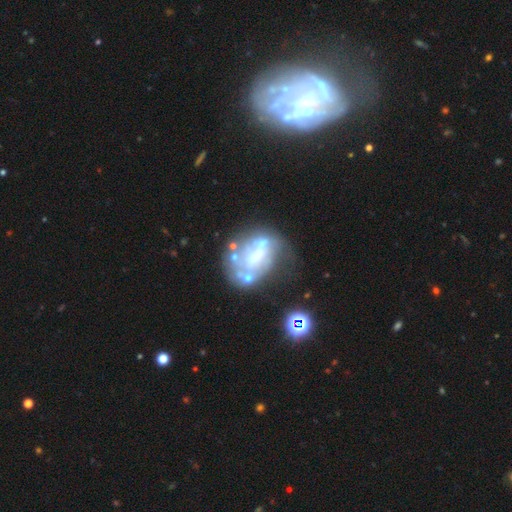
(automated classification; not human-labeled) featured or disk 65%, smooth 23%, star or artifact 12%. Down the decision tree: edge-on disk — no (96%); bar — no (52%); spiral arms — no (73%); bulge size — none (32%); merging — none (36%).